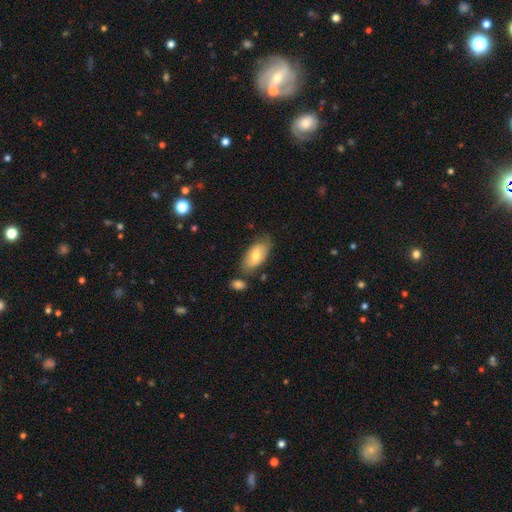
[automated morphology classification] A smooth galaxy with no disk features (69%) that is in between round and cigar-shaped (93%). Merging: none (68%).